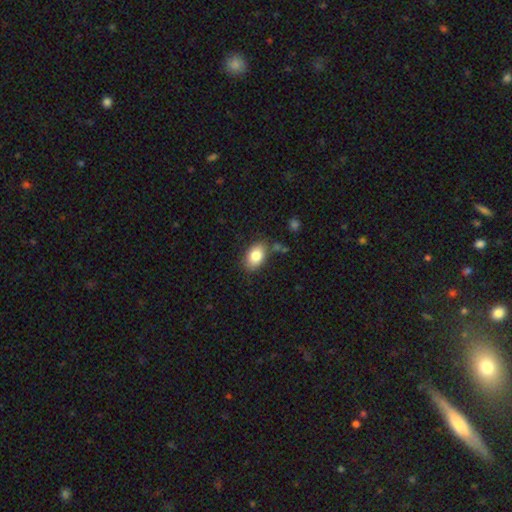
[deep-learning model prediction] This is clearly a smooth galaxy (83%). How rounded: clearly in between (87%). Merging: likely none (77%).